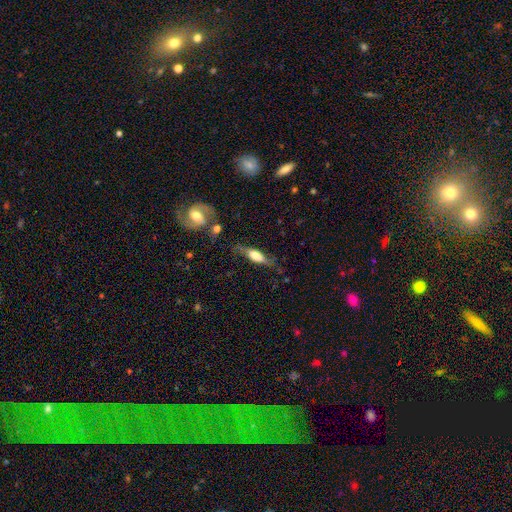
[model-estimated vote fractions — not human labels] Morphology: type=featured or disk (47%); merging=none (62%).